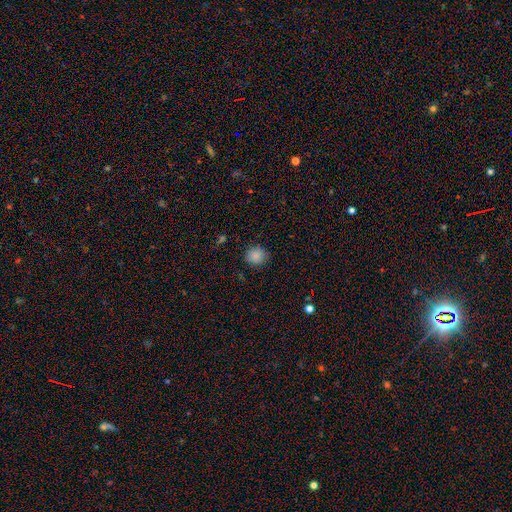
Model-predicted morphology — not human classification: smooth-or-featured: smooth: 85% | star or artifact: 11% | featured or disk: 4%
  how-rounded: round: 84% | in between: 15% | cigar-shaped: 1%
  merging: none: 85% | minor disturbance: 11% | major disturbance: 3% | merger: 1%